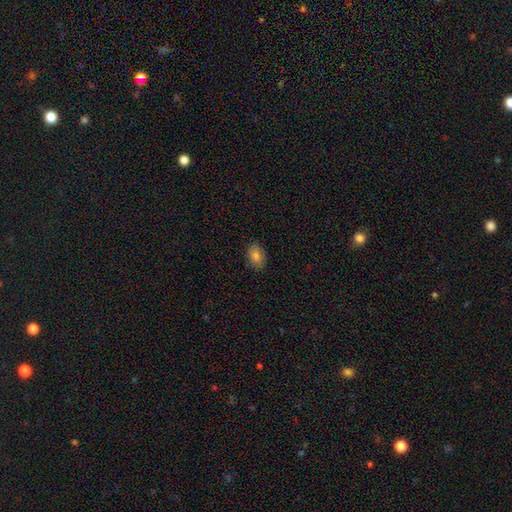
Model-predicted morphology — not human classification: Smooth or featured? smooth (82%)
How rounded? in between (83%)
Merging? none (87%)